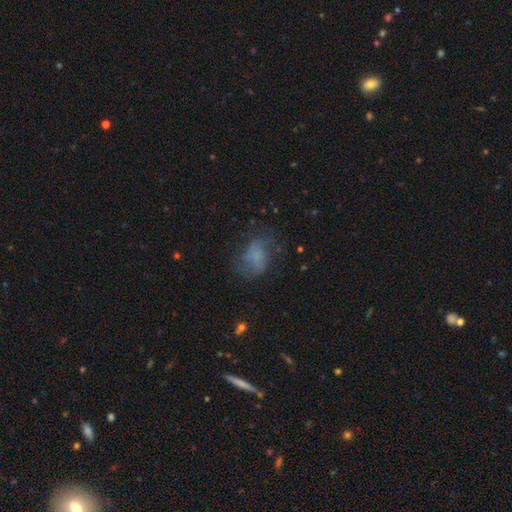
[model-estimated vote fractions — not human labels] Smooth or featured: smooth — 51% (featured or disk — 34%)
How rounded: in between — 74% (round — 24%)
Merging: none — 47% (major disturbance — 26%)